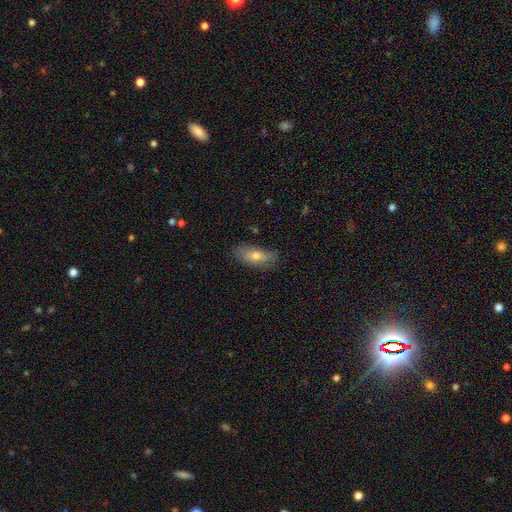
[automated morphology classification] This appears to be a smooth galaxy with no disk features (61%) that is in between round and cigar-shaped (75%). Merging: none (78%).